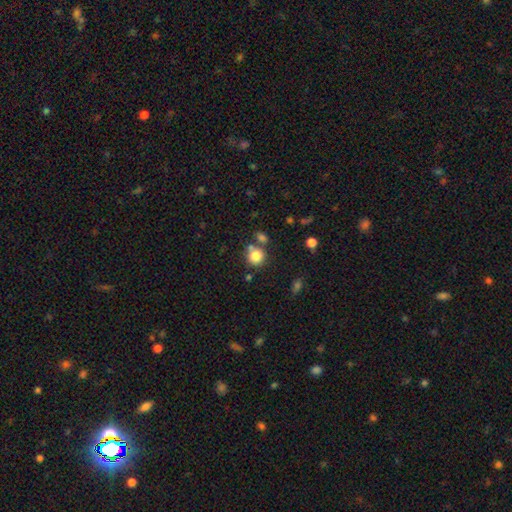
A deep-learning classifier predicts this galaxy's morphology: A smooth galaxy with no disk features (82%) that is round (88%). Merging: none (64%).